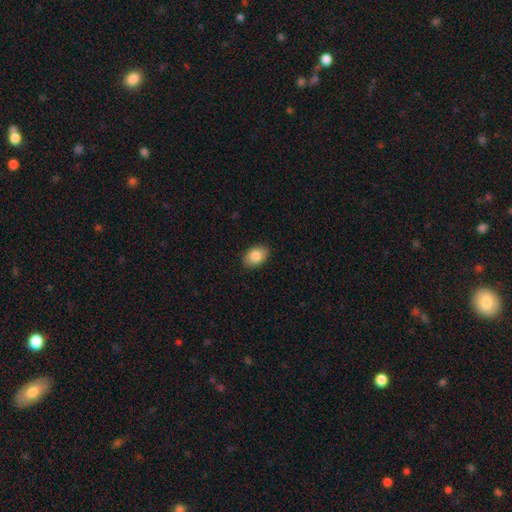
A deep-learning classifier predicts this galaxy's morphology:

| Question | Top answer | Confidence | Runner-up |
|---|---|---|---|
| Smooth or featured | smooth | 86% | star or artifact (7%) |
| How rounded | in between | 83% | round (16%) |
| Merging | none | 89% | minor disturbance (9%) |